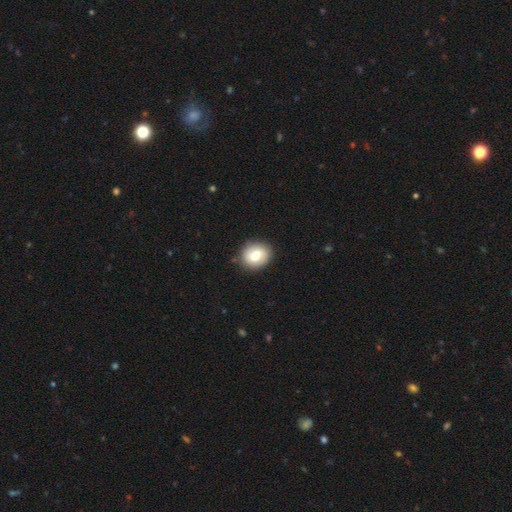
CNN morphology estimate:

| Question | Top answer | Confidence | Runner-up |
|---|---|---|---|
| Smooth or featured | smooth | 73% | featured or disk (19%) |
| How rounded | round | 67% | in between (32%) |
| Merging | none | 86% | minor disturbance (10%) |